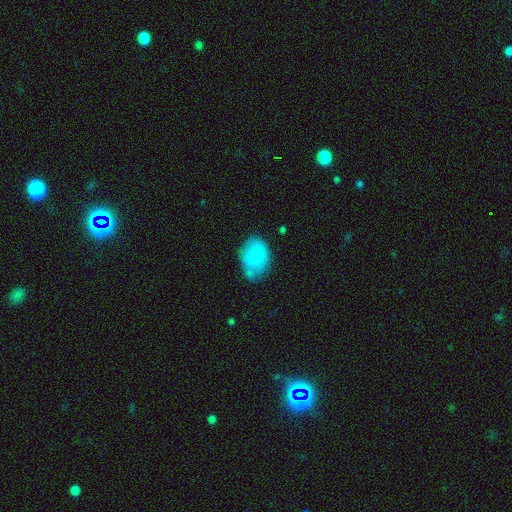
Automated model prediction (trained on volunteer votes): Morphology: type=smooth (80%); roundness=in between (78%); merging=none (46%).